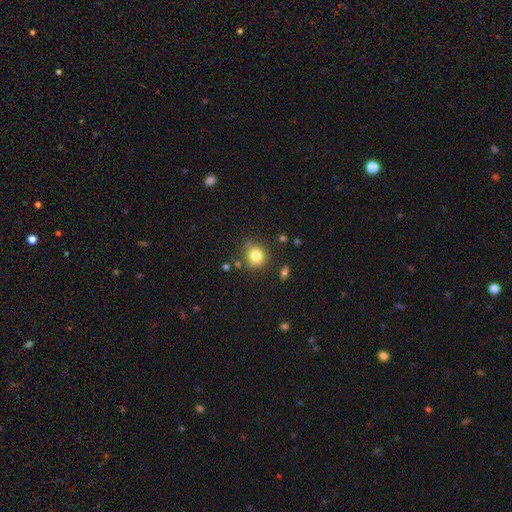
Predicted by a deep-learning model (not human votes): Smooth or featured? smooth (82%)
How rounded? round (87%)
Merging? none (78%)